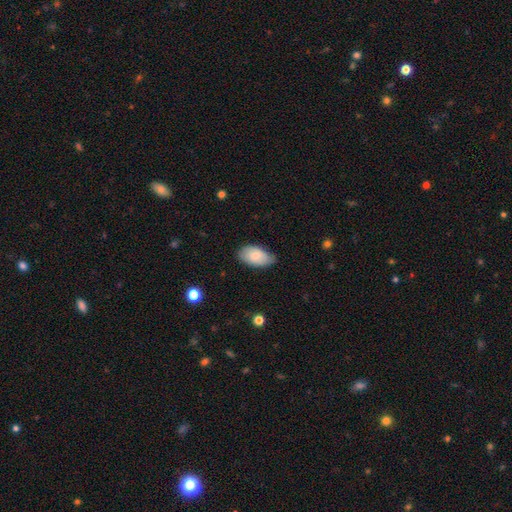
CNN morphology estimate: This appears to be a smooth galaxy with no disk features (75%) that is in between round and cigar-shaped (94%). Merging: none (67%).